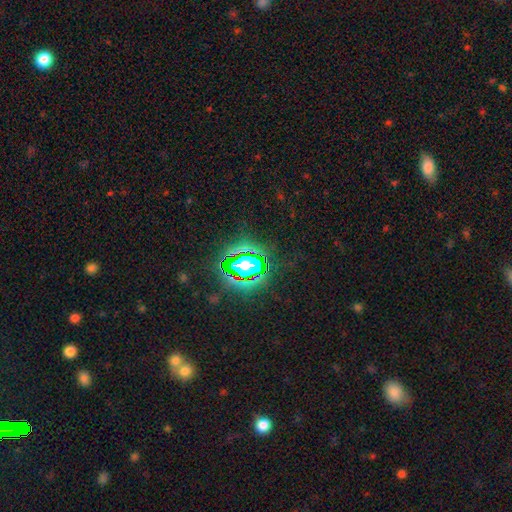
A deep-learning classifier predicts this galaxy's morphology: Smooth or featured?
  - star or artifact: 79% *
  - smooth: 13%
  - featured or disk: 8%